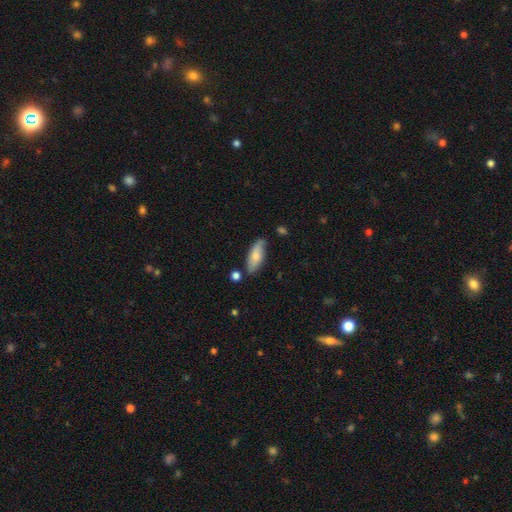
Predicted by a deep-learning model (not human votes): Morphology: type=smooth (71%); roundness=in between (74%); merging=none (70%).